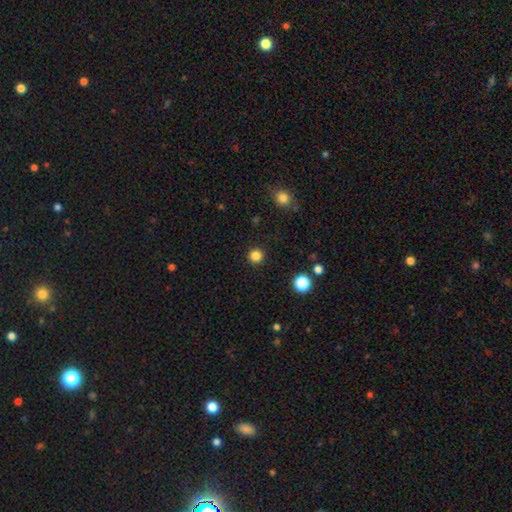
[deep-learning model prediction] Morphology: type=smooth (84%); roundness=round (95%); merging=none (92%).